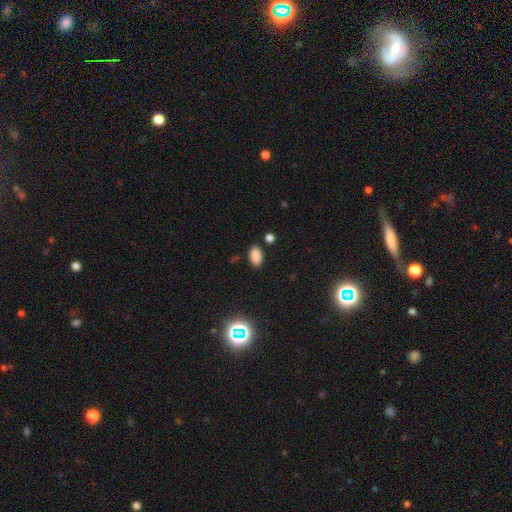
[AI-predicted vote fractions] Smooth or featured: smooth — 84% (star or artifact — 12%)
How rounded: in between — 91% (round — 7%)
Merging: none — 83% (minor disturbance — 11%)